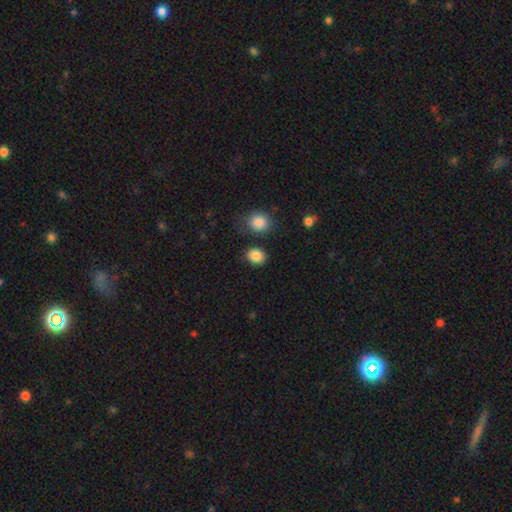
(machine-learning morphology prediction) Q: Smooth or featured?
A: smooth (86%); runner-up: star or artifact (9%)
Q: How rounded?
A: round (50%); runner-up: in between (49%)
Q: Merging?
A: none (81%); runner-up: minor disturbance (10%)